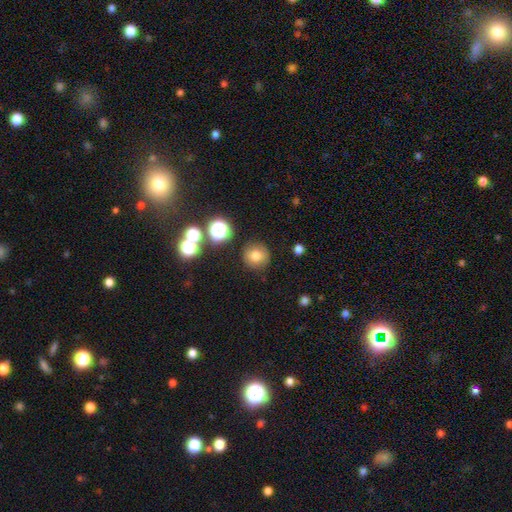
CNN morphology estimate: This appears to be a smooth galaxy with no disk features (74%) that is round (94%). Merging: none (87%).